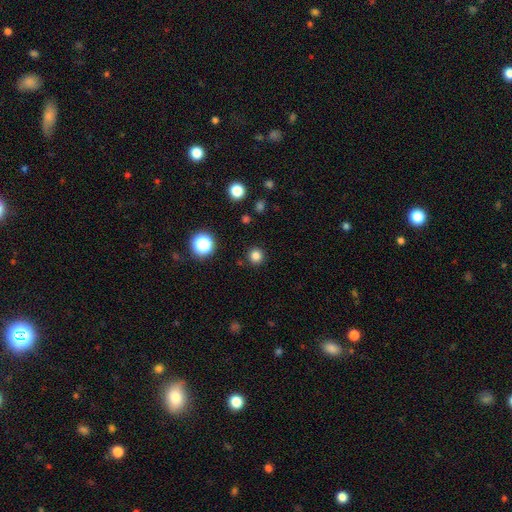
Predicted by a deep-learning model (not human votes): smooth_or_featured: smooth (p=0.81) [alt: star or artifact p=0.15]
how_rounded: round (p=0.95) [alt: in between p=0.04]
merging: none (p=0.91) [alt: minor disturbance p=0.05]